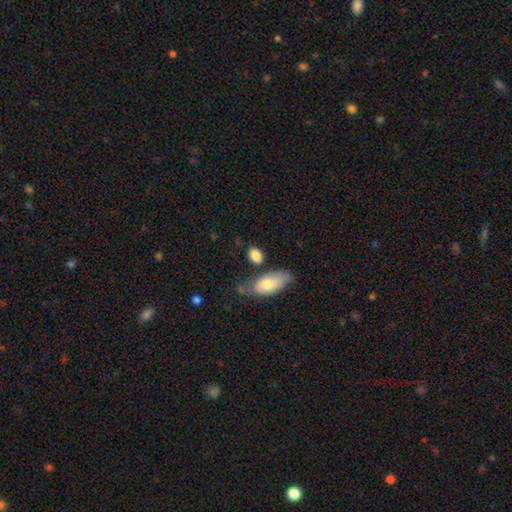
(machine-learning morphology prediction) Smooth or featured? Predicted: smooth (p=0.85). How rounded? Predicted: in between (p=0.77). Merging? Predicted: none (p=0.68).